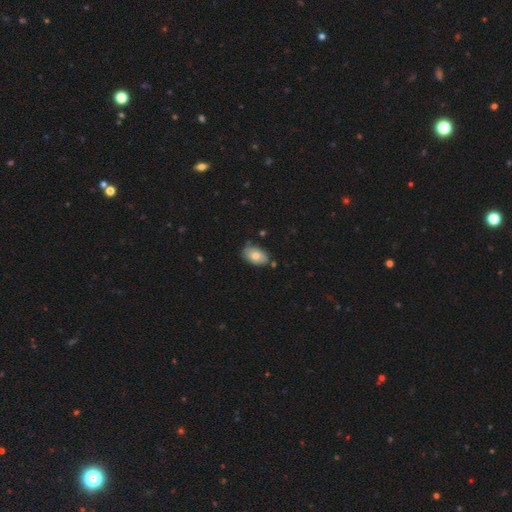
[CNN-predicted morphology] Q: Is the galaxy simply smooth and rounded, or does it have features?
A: smooth — 74%.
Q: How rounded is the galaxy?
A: in between — 91%.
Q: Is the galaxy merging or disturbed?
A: none — 75%.